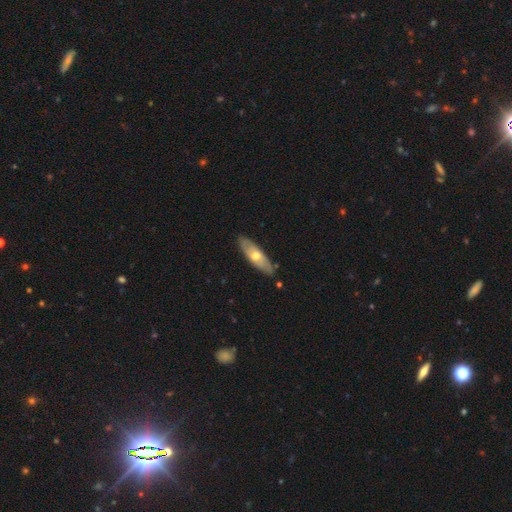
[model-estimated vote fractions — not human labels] This is possibly a featured or disk galaxy (50%). It is likely not viewed edge-on (61%). Merging: clearly none (83%).